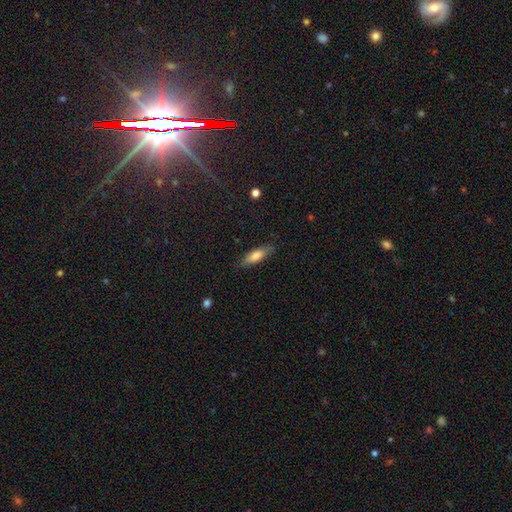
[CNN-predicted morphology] The model was most divided on "how rounded": in between: 54%, cigar-shaped: 44%, round: 2%. More confident: merging — none (80%); smooth or featured — smooth (75%).